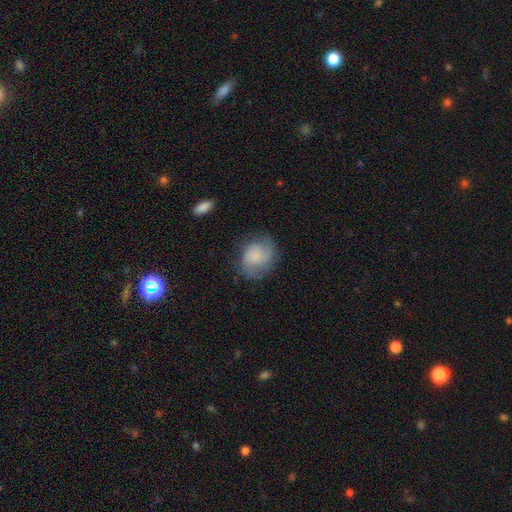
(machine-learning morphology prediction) This is possibly a smooth galaxy (53%). How rounded: possibly round (57%). Merging: likely none (63%).